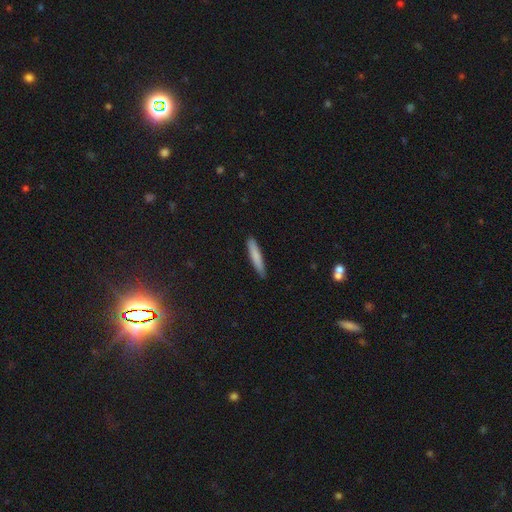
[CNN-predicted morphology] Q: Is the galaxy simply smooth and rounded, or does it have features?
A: smooth — 81%.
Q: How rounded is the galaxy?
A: cigar-shaped — 92%.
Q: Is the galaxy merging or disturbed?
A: none — 87%.